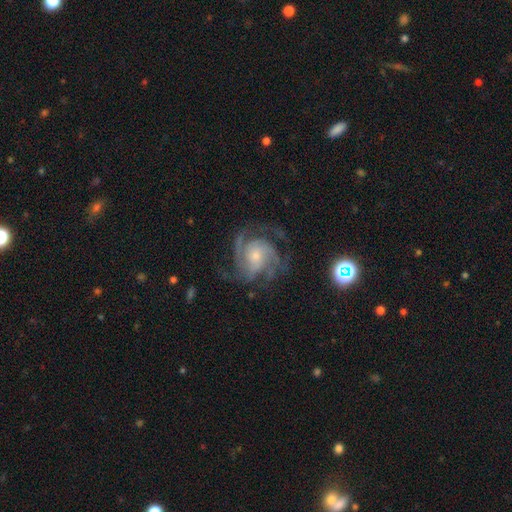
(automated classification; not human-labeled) A featured or disk galaxy (88%) with no bar (70%), 3 (39%) tight (48%) spiral arms (97%) and a small central bulge (53%).

Vote fractions:
- Smooth or featured? featured or disk: 88% / smooth: 6% / star or artifact: 6%
- Edge-on disk? no: 98% / yes: 2%
- Bar? no: 70% / weak: 25% / strong: 5%
- Spiral arms? yes: 97% / no: 3%
- Spiral winding? tight: 48% / medium: 43% / loose: 9%
- Spiral arm count? 3: 39% / 4: 19% / can't tell: 15% / 2: 14% / more than 4: 7% / 1: 6%
- Bulge size? small: 53% / moderate: 36% / large: 5% / none: 4% / dominant: 1%
- Merging? none: 70% / minor disturbance: 16% / major disturbance: 12% / merger: 1%